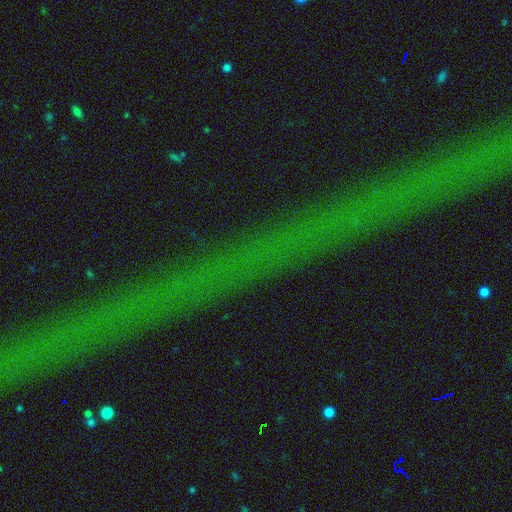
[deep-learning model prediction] The model was most divided on "smooth or featured": star or artifact: 77%, featured or disk: 14%, smooth: 9%.